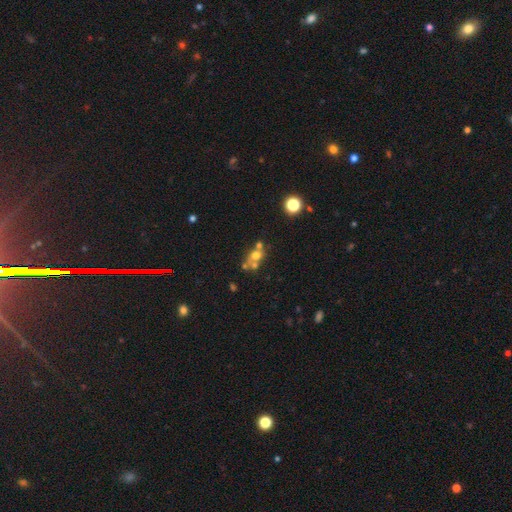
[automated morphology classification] A smooth galaxy with no disk features (53%) that is round (63%). Merging: merger (47%).